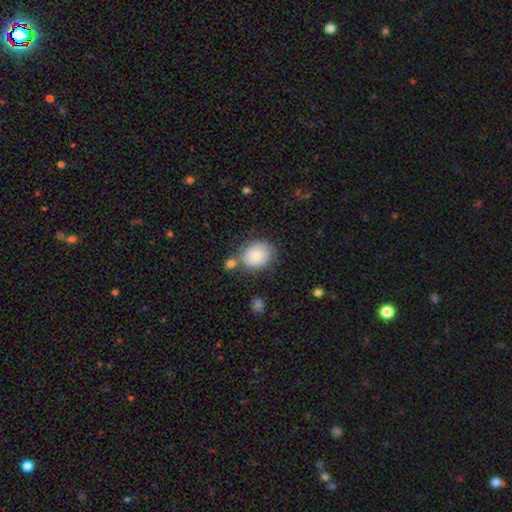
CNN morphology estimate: Smooth or featured?
  - smooth: 84% *
  - featured or disk: 10%
  - star or artifact: 7%
How rounded?
  - in between: 56% *
  - round: 43%
  - cigar-shaped: 1%
Merging?
  - none: 62% *
  - minor disturbance: 19%
  - merger: 12%
  - major disturbance: 6%